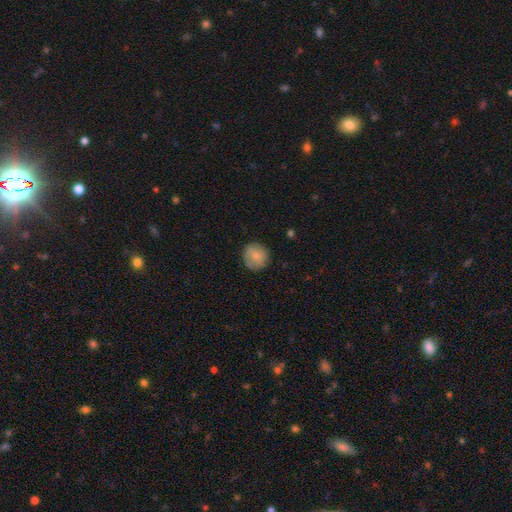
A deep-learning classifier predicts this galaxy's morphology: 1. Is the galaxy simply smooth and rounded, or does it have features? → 80% smooth, 12% featured or disk, 8% star or artifact.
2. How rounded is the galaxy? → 89% round, 10% in between, 1% cigar-shaped.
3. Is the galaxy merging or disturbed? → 83% none, 12% minor disturbance, 3% major disturbance, 1% merger.